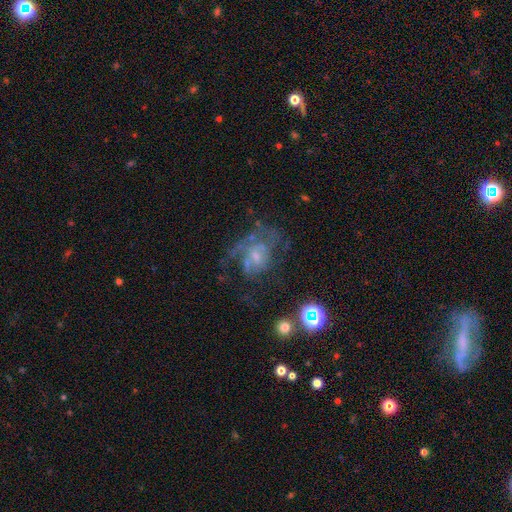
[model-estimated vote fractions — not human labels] Smooth or featured? featured or disk (68%)
Edge-on disk? no (98%)
Bar? no (70%)
Spiral arms? yes (66%)
Bulge size? small (49%)
Merging? none (41%)